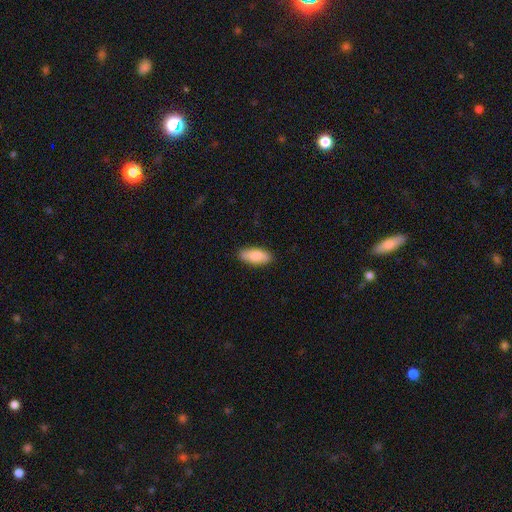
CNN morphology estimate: Smooth or featured?
  - smooth: 85% *
  - featured or disk: 10%
  - star or artifact: 6%
How rounded?
  - in between: 84% *
  - cigar-shaped: 14%
  - round: 2%
Merging?
  - none: 87% *
  - minor disturbance: 10%
  - major disturbance: 2%
  - merger: 1%